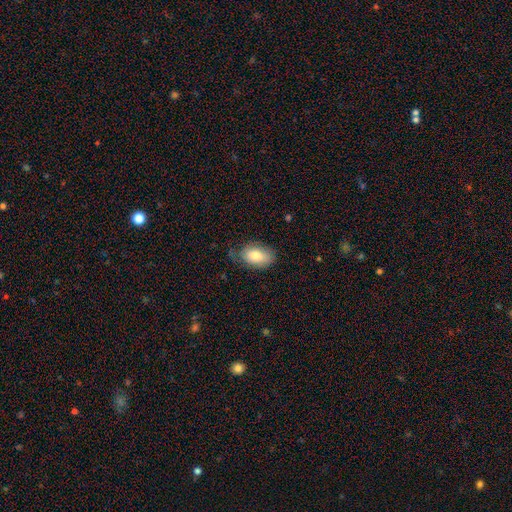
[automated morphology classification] Smooth or featured? smooth (78%)
How rounded? in between (89%)
Merging? none (64%)